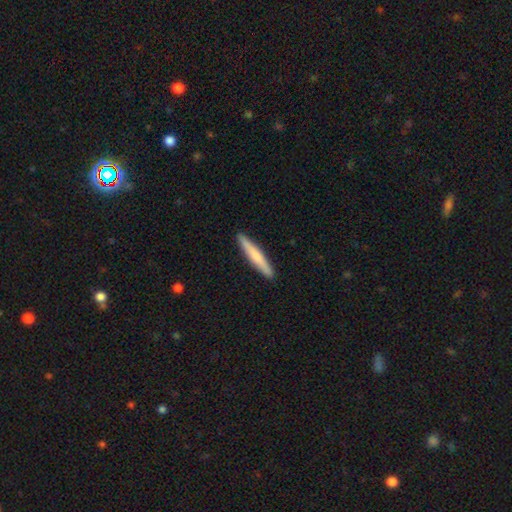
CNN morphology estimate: smooth-or-featured: smooth: 66% | featured or disk: 29% | star or artifact: 5%
  how-rounded: cigar-shaped: 95% | in between: 4% | round: 1%
  merging: none: 92% | minor disturbance: 6% | major disturbance: 1% | merger: 1%